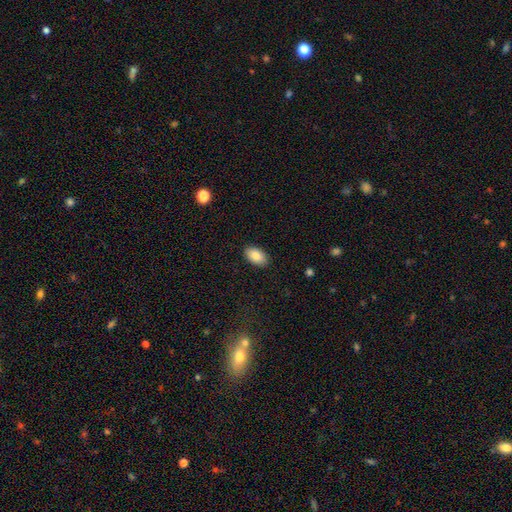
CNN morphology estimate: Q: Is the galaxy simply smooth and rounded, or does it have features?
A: smooth — 87%.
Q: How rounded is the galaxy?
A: in between — 94%.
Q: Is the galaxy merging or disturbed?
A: none — 89%.